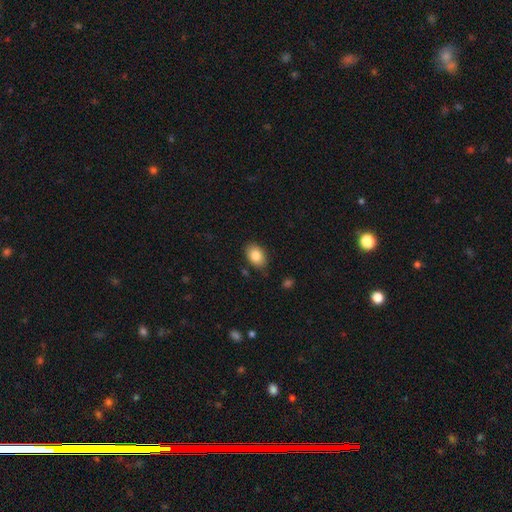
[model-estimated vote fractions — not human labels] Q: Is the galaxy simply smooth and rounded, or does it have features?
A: smooth — 83%.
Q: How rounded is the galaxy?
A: in between — 85%.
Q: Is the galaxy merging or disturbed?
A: none — 83%.